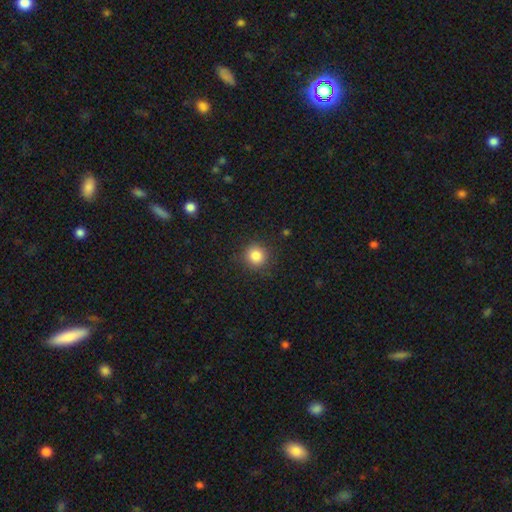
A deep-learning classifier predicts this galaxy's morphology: A smooth galaxy with no disk features (84%) that is round (92%). Merging: none (88%).